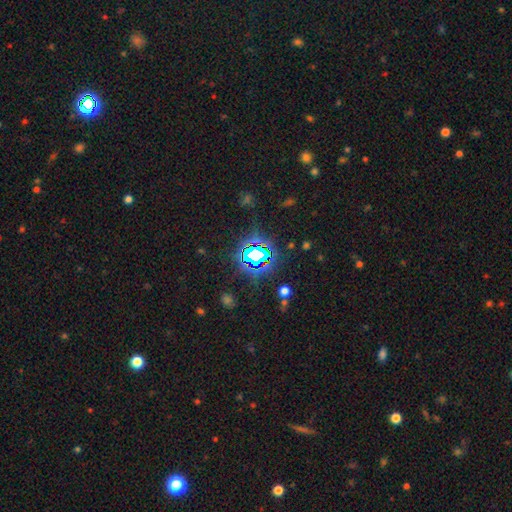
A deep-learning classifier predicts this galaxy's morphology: A star or artifact, not a galaxy (75%).